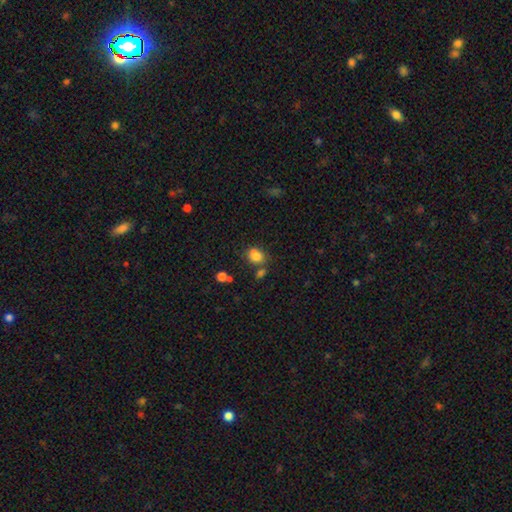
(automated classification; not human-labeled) Smooth or featured?
  - smooth: 79% *
  - star or artifact: 13%
  - featured or disk: 8%
How rounded?
  - in between: 59% *
  - round: 40%
  - cigar-shaped: 1%
Merging?
  - none: 52% *
  - merger: 25%
  - minor disturbance: 17%
  - major disturbance: 6%